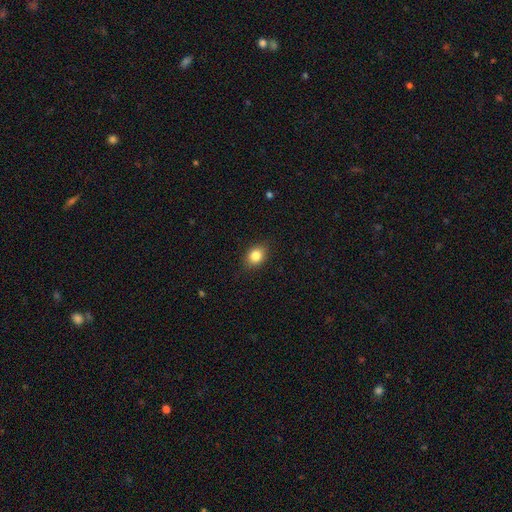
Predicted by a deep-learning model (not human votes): The model was most divided on "how rounded": in between: 59%, round: 39%, cigar-shaped: 1%. More confident: merging — none (86%); smooth or featured — smooth (83%).